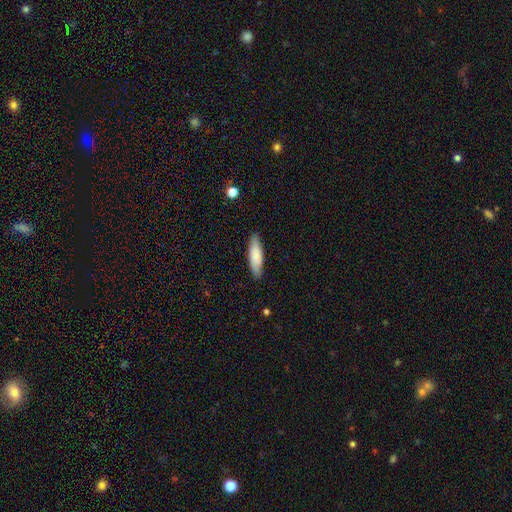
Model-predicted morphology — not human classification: This appears to be a smooth galaxy with no disk features (82%) that is cigar-shaped (60%). Merging: none (87%).